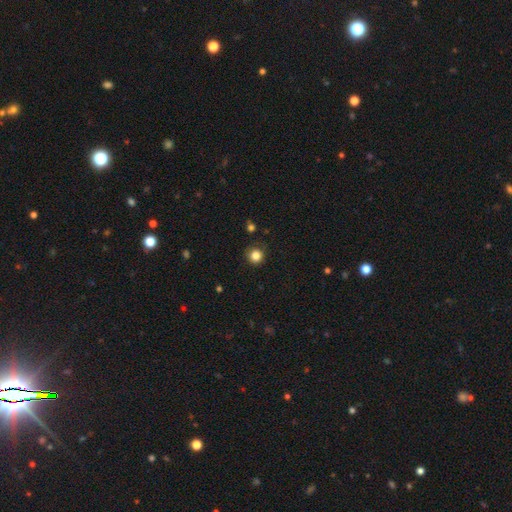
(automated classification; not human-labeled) A smooth galaxy with no disk features (84%) that is round (94%).

Vote fractions:
- Smooth or featured? smooth: 84% / star or artifact: 12% / featured or disk: 4%
- How rounded? round: 94% / in between: 5% / cigar-shaped: 1%
- Merging? none: 88% / minor disturbance: 8% / major disturbance: 2% / merger: 1%